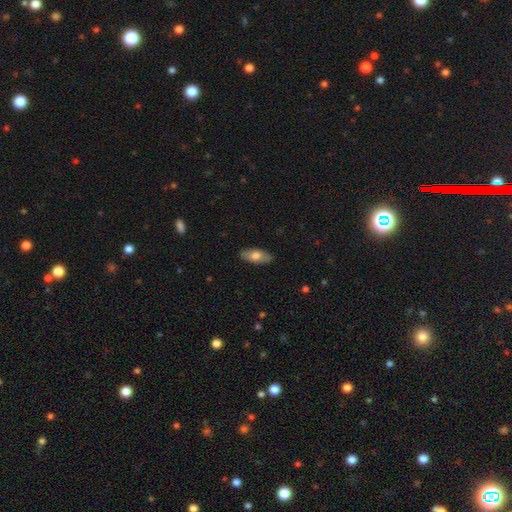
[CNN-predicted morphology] Smooth or featured? smooth (66%)
How rounded? in between (86%)
Merging? none (84%)